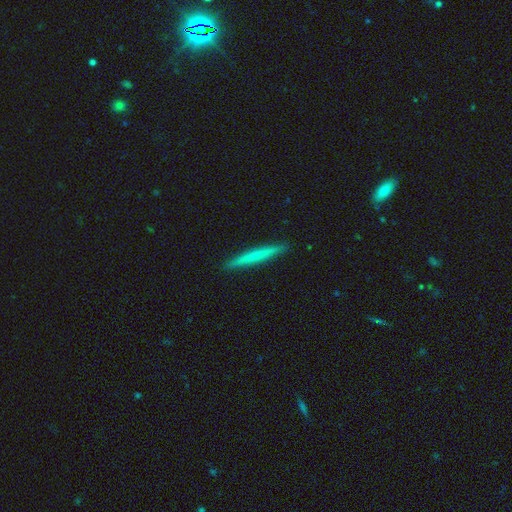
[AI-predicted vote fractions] Smooth or featured? Predicted: smooth (p=0.57). How rounded? Predicted: cigar-shaped (p=0.97). Merging? Predicted: none (p=0.93).